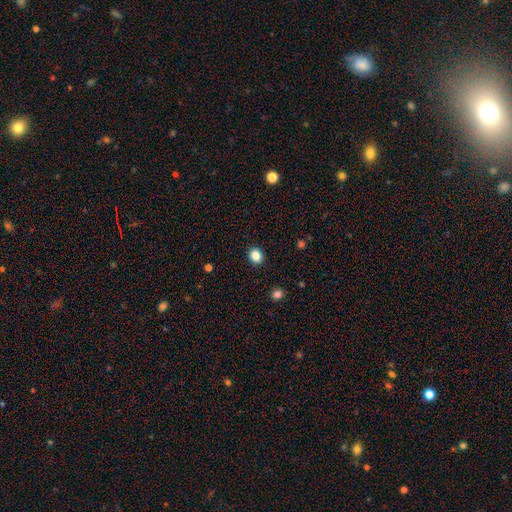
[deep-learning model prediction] A smooth galaxy with no disk features (85%) that is round (65%). Merging: none (91%).